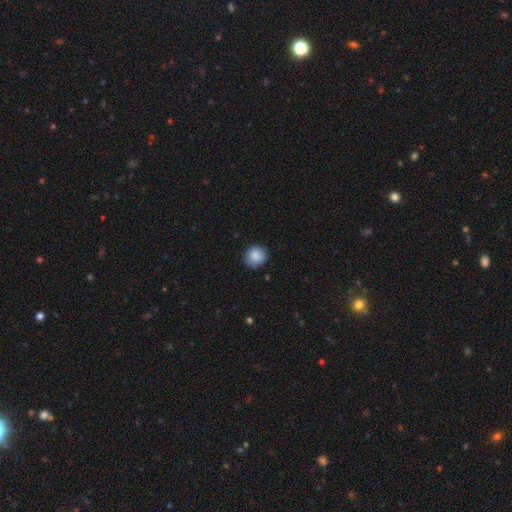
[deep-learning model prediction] A smooth galaxy with no disk features (88%) that is round (90%).

Vote fractions:
- Smooth or featured? smooth: 88% / star or artifact: 8% / featured or disk: 4%
- How rounded? round: 90% / in between: 9% / cigar-shaped: 1%
- Merging? none: 86% / minor disturbance: 11% / major disturbance: 2% / merger: 1%